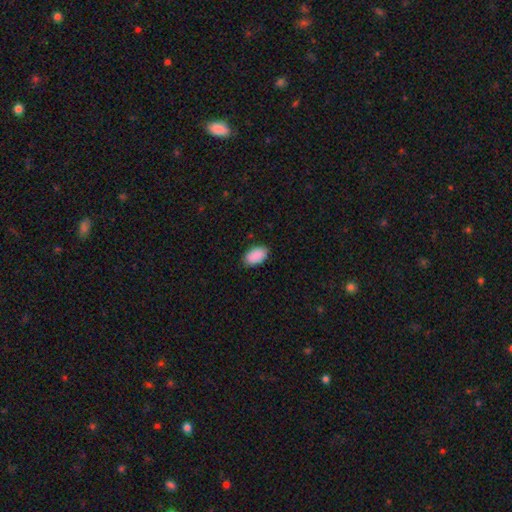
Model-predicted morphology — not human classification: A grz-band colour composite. It shows a smooth galaxy with no disk features (91%) that is in between round and cigar-shaped (94%). Merging: none (86%).